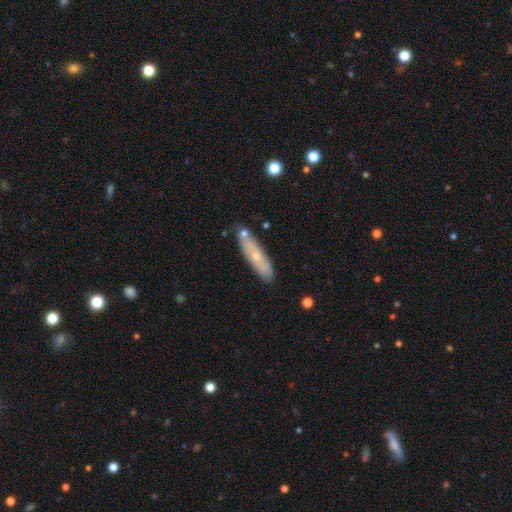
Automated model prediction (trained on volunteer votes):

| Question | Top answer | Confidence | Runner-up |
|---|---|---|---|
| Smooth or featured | smooth | 51% | featured or disk (42%) |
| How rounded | cigar-shaped | 71% | in between (27%) |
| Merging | none | 76% | minor disturbance (15%) |